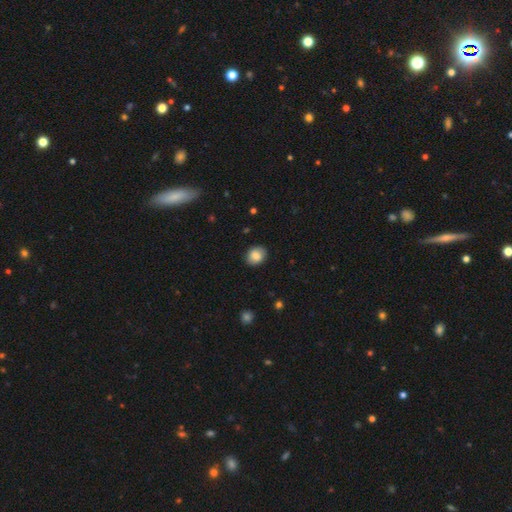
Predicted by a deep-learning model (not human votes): Smooth or featured?
  - smooth: 85% *
  - star or artifact: 8%
  - featured or disk: 7%
How rounded?
  - round: 50% *
  - in between: 49%
  - cigar-shaped: 1%
Merging?
  - none: 86% *
  - minor disturbance: 10%
  - major disturbance: 2%
  - merger: 1%